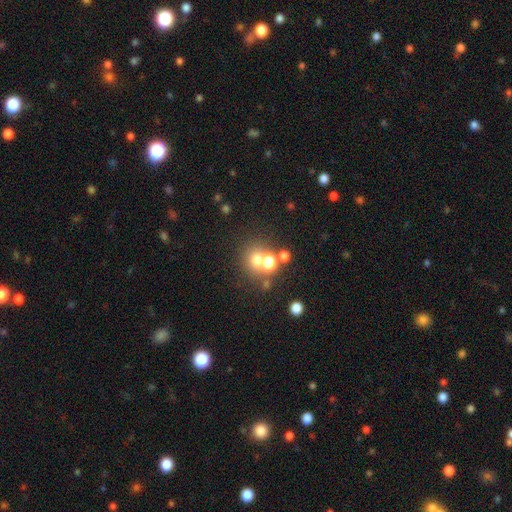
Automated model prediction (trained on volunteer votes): Overall: star or artifact (44%, tied with smooth).